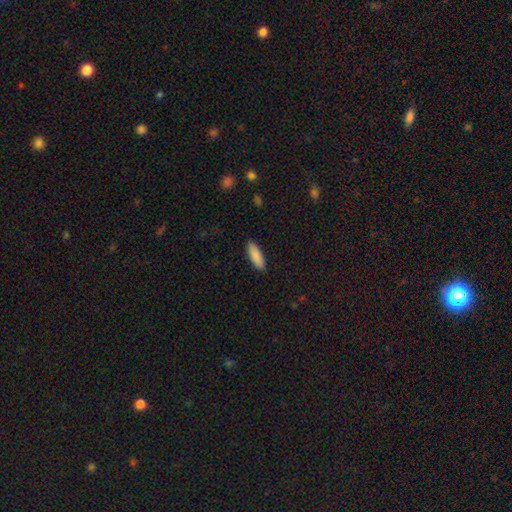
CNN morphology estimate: Smooth or featured?
  - smooth: 89% *
  - star or artifact: 6%
  - featured or disk: 5%
How rounded?
  - in between: 60% *
  - cigar-shaped: 39%
  - round: 2%
Merging?
  - none: 90% *
  - minor disturbance: 8%
  - major disturbance: 2%
  - merger: 1%